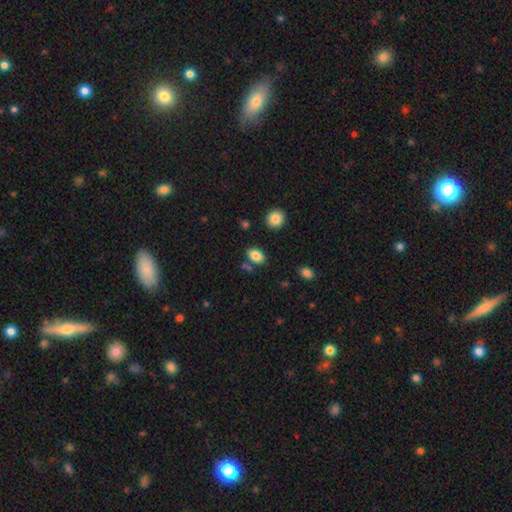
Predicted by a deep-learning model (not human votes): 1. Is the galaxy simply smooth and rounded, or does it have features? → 85% smooth, 9% star or artifact, 6% featured or disk.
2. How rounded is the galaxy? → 81% in between, 18% round, 1% cigar-shaped.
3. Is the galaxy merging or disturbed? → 77% none, 11% minor disturbance, 8% merger, 3% major disturbance.